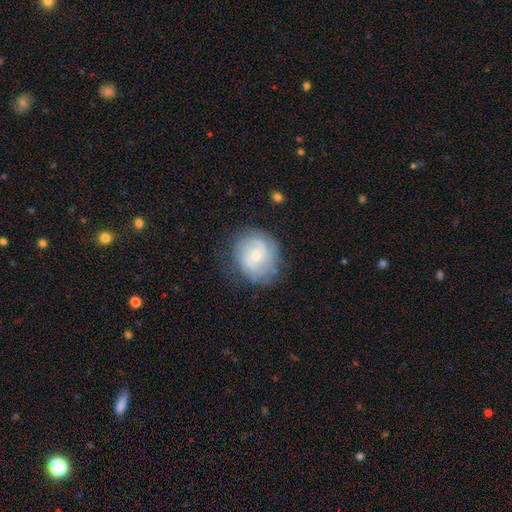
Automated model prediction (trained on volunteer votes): The model was most divided on "spiral winding": tight: 54%, medium: 36%, loose: 11%. More confident: edge-on disk — no (98%); spiral arms — yes (91%); merging — none (76%); smooth or featured — featured or disk (73%); bulge size — small (61%); bar — no (57%); spiral arm count — 2 (52%).